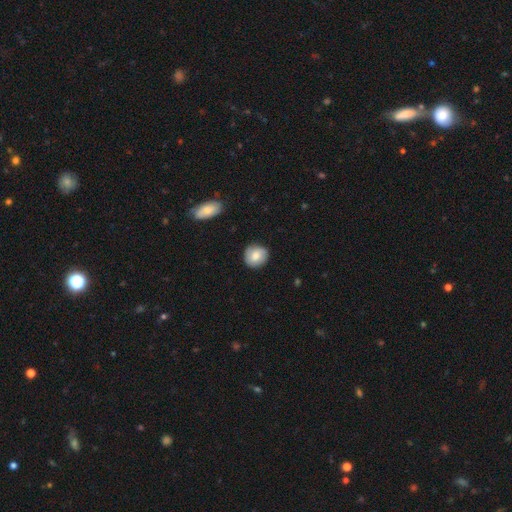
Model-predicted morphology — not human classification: A smooth galaxy with no disk features (74%) that is round (86%).

Vote fractions:
- Smooth or featured? smooth: 74% / featured or disk: 18% / star or artifact: 7%
- How rounded? round: 86% / in between: 13% / cigar-shaped: 1%
- Merging? none: 85% / minor disturbance: 11% / major disturbance: 2% / merger: 1%